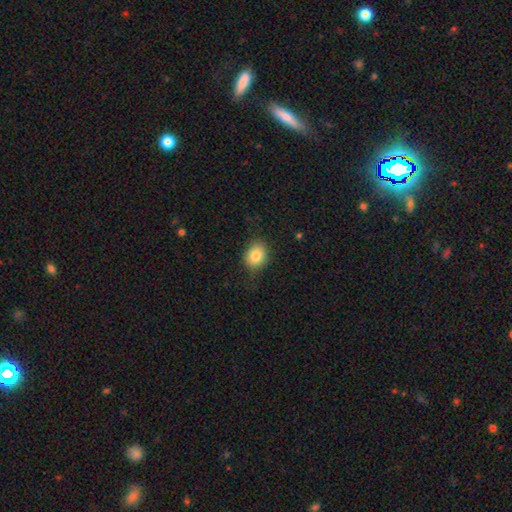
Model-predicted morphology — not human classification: A smooth galaxy with no disk features (83%) that is round (55%).

Vote fractions:
- Smooth or featured? smooth: 83% / star or artifact: 9% / featured or disk: 8%
- How rounded? round: 55% / in between: 44% / cigar-shaped: 1%
- Merging? none: 75% / minor disturbance: 19% / major disturbance: 5% / merger: 1%